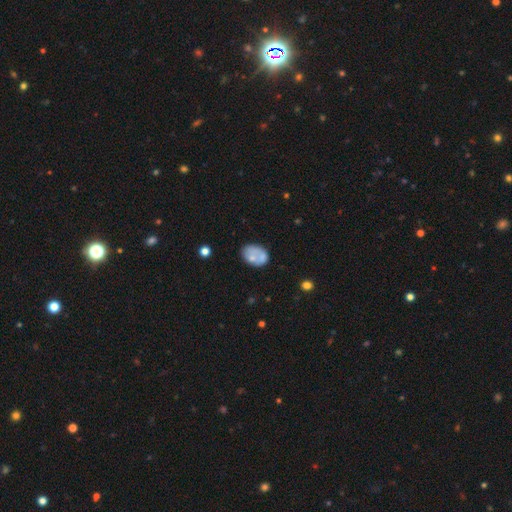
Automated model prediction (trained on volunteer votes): This appears to be a smooth galaxy with no disk features (62%) that is in between round and cigar-shaped (77%). Merging: none (47%).